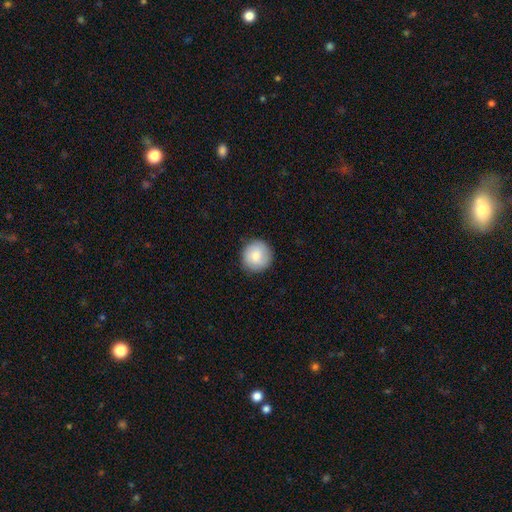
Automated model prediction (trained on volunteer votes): This is likely a smooth galaxy (80%). How rounded: clearly round (95%). Merging: clearly none (88%).